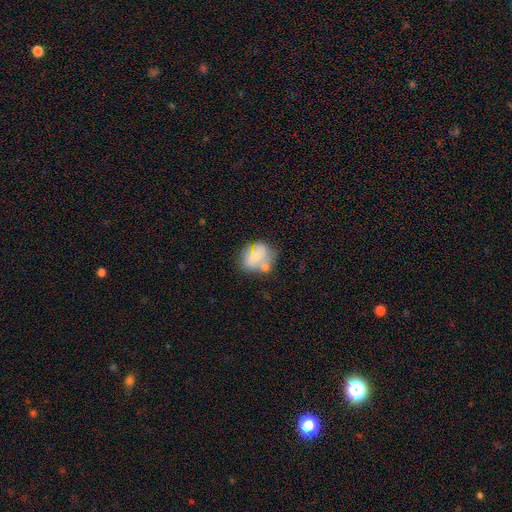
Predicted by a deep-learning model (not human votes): Smooth or featured: smooth — 59% (featured or disk — 32%)
How rounded: round — 59% (in between — 40%)
Merging: none — 41% (minor disturbance — 24%)